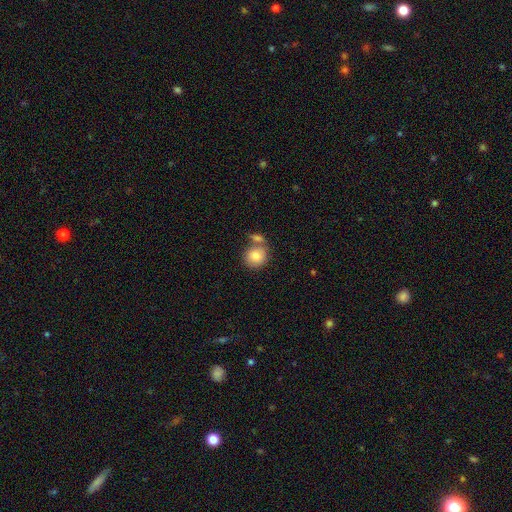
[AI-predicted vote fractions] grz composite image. It shows a smooth galaxy with no disk features (82%) that is round (81%). Merging: none (50%).